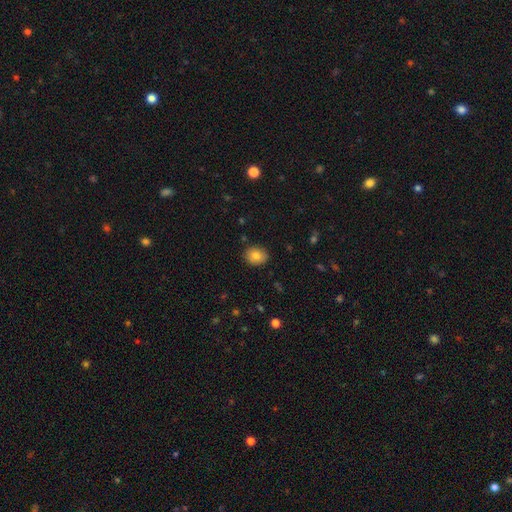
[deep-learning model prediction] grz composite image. It shows a smooth galaxy with no disk features (81%) that is in between round and cigar-shaped (51%). Merging: none (88%).